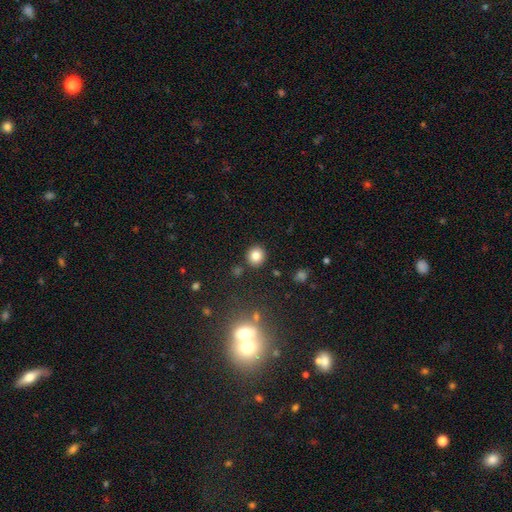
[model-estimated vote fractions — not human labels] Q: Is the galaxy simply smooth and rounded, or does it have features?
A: smooth — 82%.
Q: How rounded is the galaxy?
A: round — 88%.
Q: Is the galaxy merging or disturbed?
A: none — 89%.